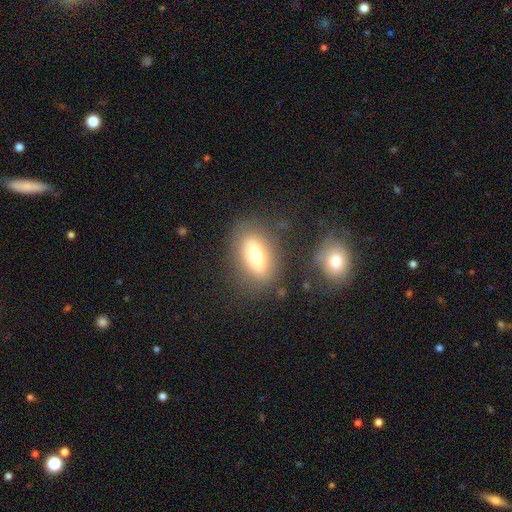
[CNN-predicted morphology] smooth-or-featured: smooth: 66% | featured or disk: 25% | star or artifact: 9%
  how-rounded: in between: 79% | cigar-shaped: 10% | round: 10%
  merging: none: 76% | minor disturbance: 13% | major disturbance: 7% | merger: 4%